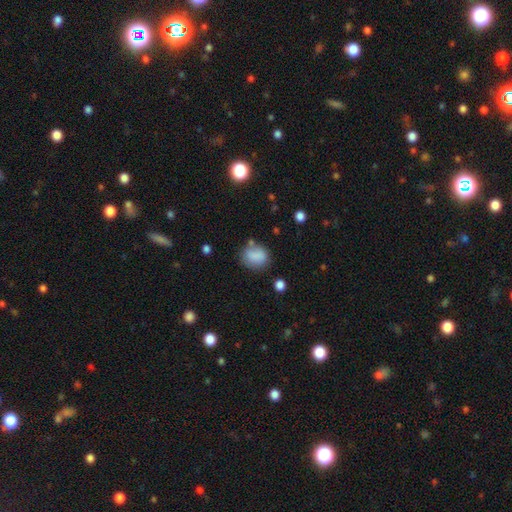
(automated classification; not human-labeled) Overall: smooth (83%). How rounded: round (53%; in between 46%). Merging: none (63%).